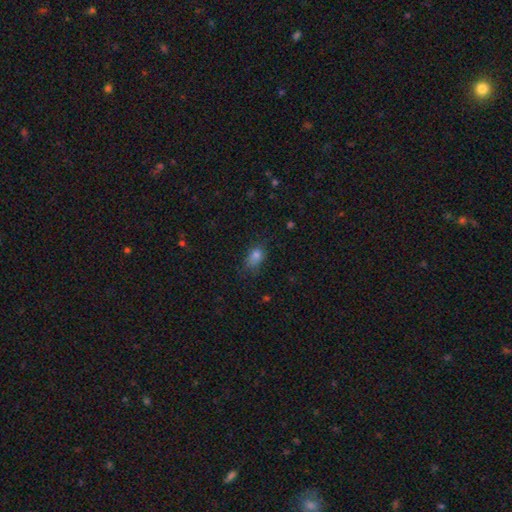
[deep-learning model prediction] Smooth or featured? smooth (79%)
How rounded? in between (78%)
Merging? none (64%)